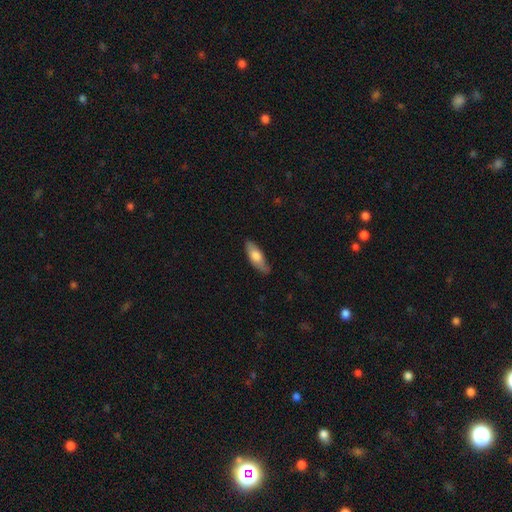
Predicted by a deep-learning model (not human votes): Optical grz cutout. It shows a smooth galaxy with no disk features (70%) that is in between round and cigar-shaped (68%). Merging: none (77%).